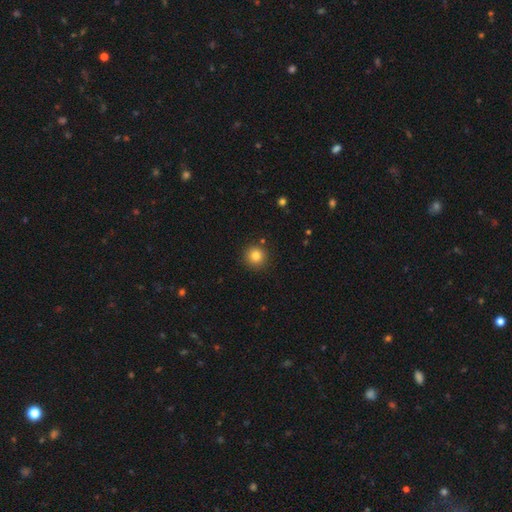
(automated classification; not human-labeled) This is clearly a smooth galaxy (82%). How rounded: clearly round (95%). Merging: clearly none (90%).